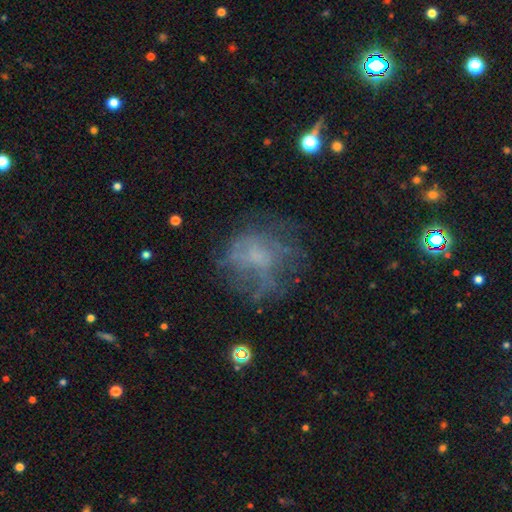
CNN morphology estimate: smooth-or-featured: featured or disk: 49% | smooth: 33% | star or artifact: 18%
  merging: none: 55% | major disturbance: 23% | minor disturbance: 19% | merger: 2%